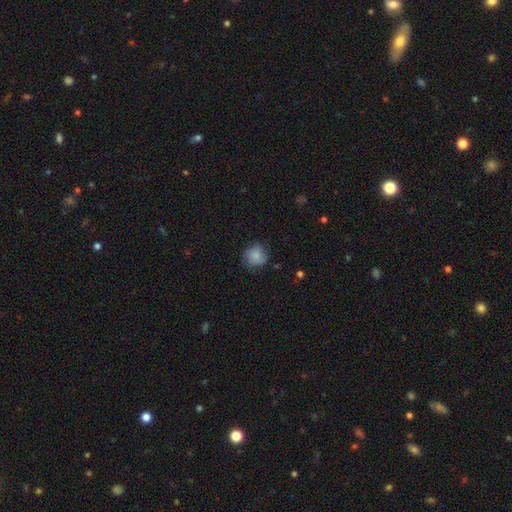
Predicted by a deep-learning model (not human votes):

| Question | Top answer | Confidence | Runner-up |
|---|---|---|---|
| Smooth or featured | smooth | 84% | star or artifact (8%) |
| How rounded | round | 86% | in between (13%) |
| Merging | none | 76% | minor disturbance (19%) |